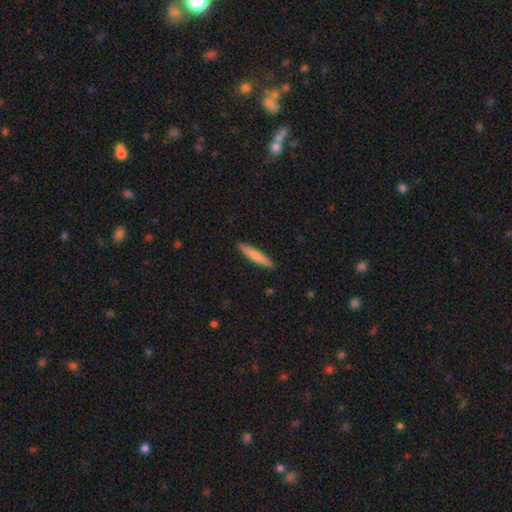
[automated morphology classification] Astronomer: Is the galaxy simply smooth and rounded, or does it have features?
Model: smooth — 76%.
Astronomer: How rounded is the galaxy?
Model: cigar-shaped — 91%.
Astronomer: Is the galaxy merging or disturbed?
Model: none — 91%.